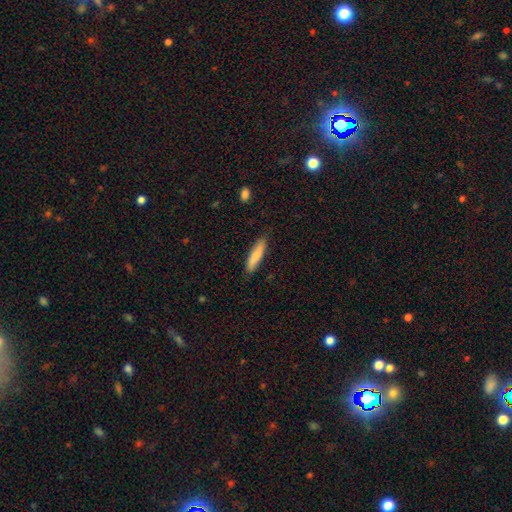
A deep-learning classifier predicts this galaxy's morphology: A smooth galaxy with no disk features (79%) that is cigar-shaped (78%).

Vote fractions:
- Smooth or featured? smooth: 79% / featured or disk: 15% / star or artifact: 6%
- How rounded? cigar-shaped: 78% / in between: 21% / round: 1%
- Merging? none: 84% / minor disturbance: 13% / major disturbance: 2% / merger: 1%